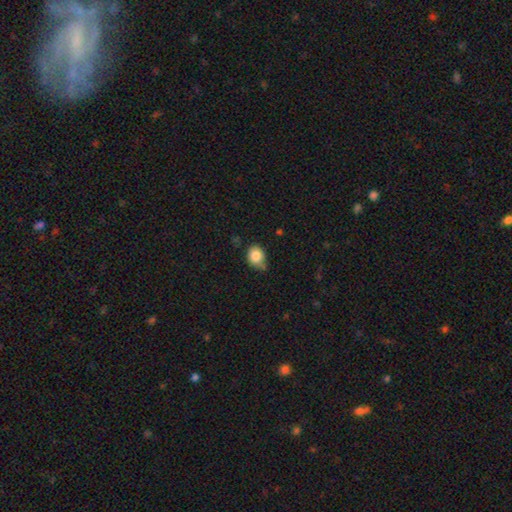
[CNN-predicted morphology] Smooth or featured?
  - smooth: 85% *
  - star or artifact: 9%
  - featured or disk: 6%
How rounded?
  - round: 56% *
  - in between: 43%
  - cigar-shaped: 1%
Merging?
  - none: 62% *
  - minor disturbance: 27%
  - merger: 6%
  - major disturbance: 5%